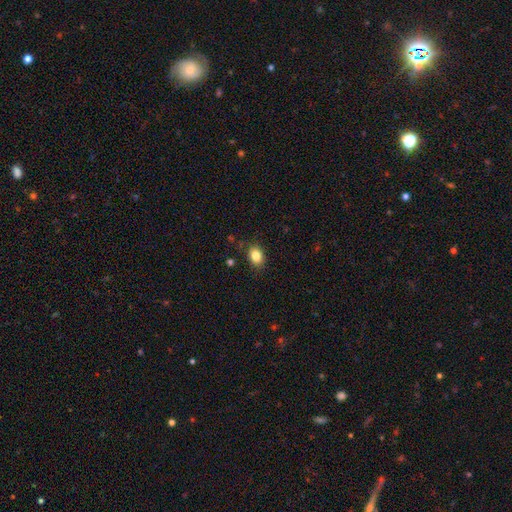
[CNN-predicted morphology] type=smooth (84%); roundness=in between (66%); merging=none (85%).